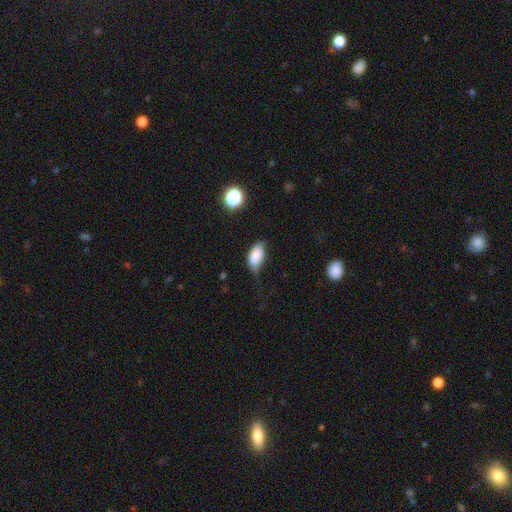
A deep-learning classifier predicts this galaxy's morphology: Smooth or featured: smooth — 82% (featured or disk — 9%)
How rounded: in between — 91% (round — 6%)
Merging: minor disturbance — 41% (none — 38%)